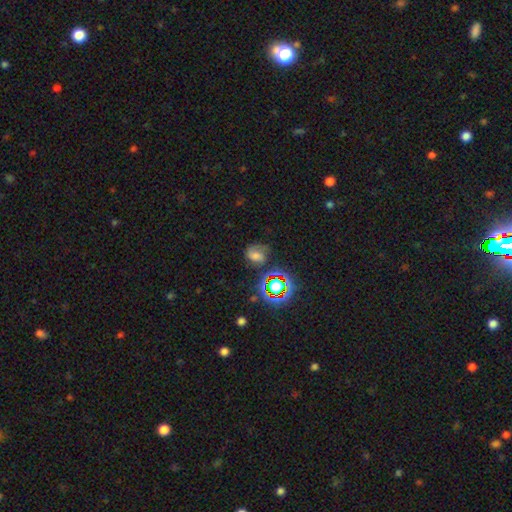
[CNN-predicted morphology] Q: Smooth or featured?
A: smooth (40%); runner-up: featured or disk (34%)
Q: Merging?
A: none (51%); runner-up: minor disturbance (24%)